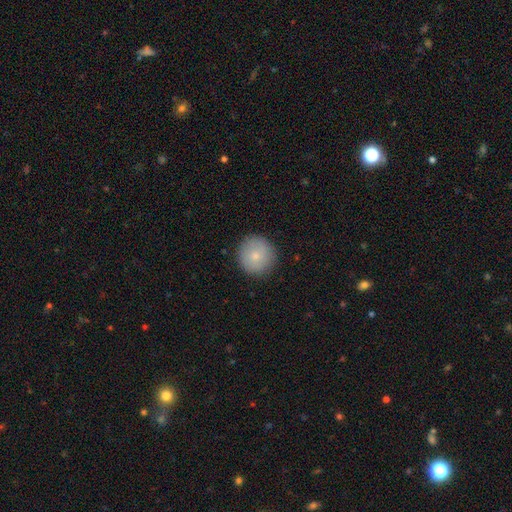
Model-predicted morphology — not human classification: Smooth or featured?
  - smooth: 81% *
  - featured or disk: 12%
  - star or artifact: 7%
How rounded?
  - round: 95% *
  - in between: 4%
  - cigar-shaped: 1%
Merging?
  - none: 89% *
  - minor disturbance: 8%
  - major disturbance: 2%
  - merger: 1%